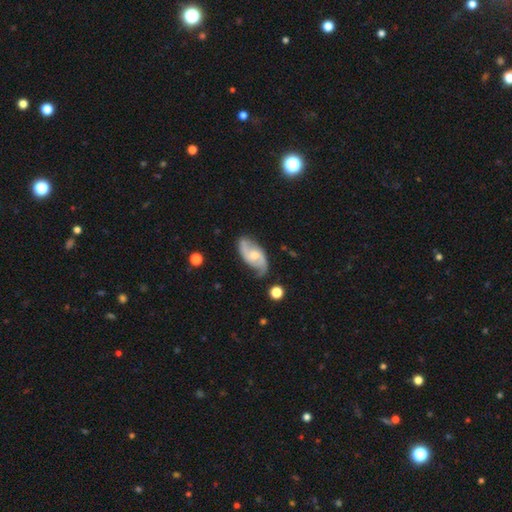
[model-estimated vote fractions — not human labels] This appears to be a featured or disk galaxy (81%) with no bar (48%), 2 (88%) medium (44%) spiral arms (94%) and a moderate central bulge (56%). Merging: none (70%).